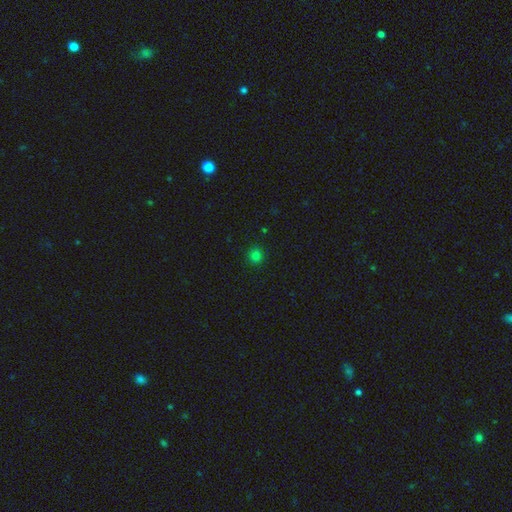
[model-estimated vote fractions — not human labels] This is likely a smooth galaxy (79%). How rounded: clearly round (92%). Merging: clearly none (91%).